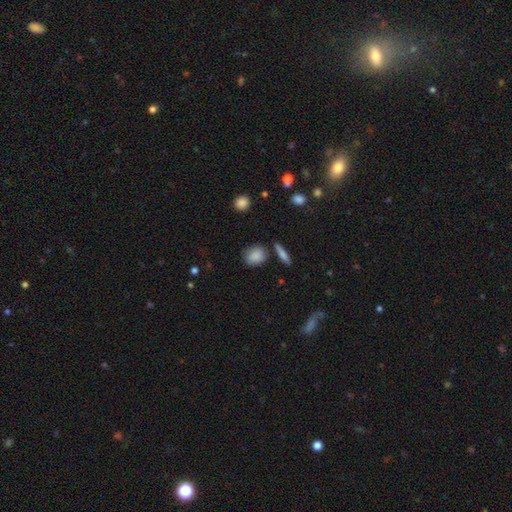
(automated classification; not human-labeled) This appears to be a smooth galaxy with no disk features (83%) that is round (49%). Merging: none (70%).